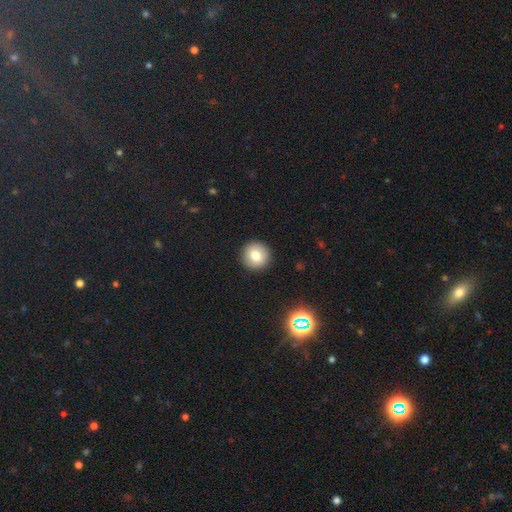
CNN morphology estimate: This is likely a smooth galaxy (78%). How rounded: clearly round (95%). Merging: clearly none (92%).